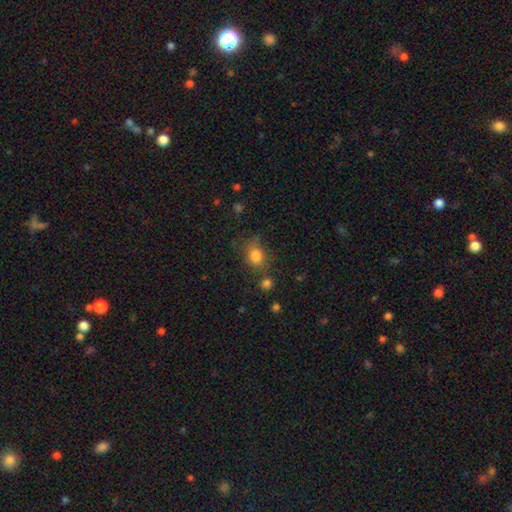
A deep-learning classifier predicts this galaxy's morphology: smooth_or_featured: smooth (p=0.81) [alt: star or artifact p=0.11]
how_rounded: in between (p=0.51) [alt: round p=0.48]
merging: none (p=0.65) [alt: minor disturbance p=0.20]